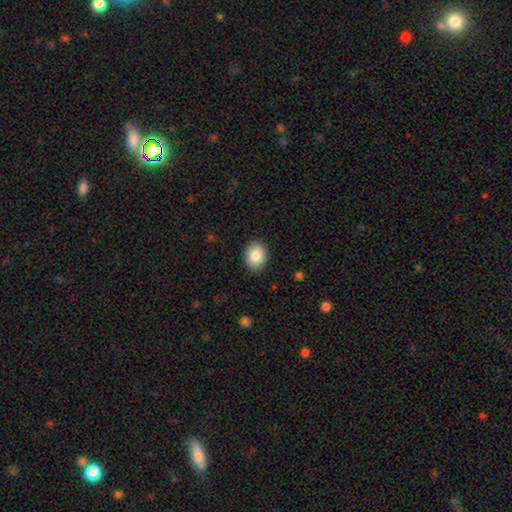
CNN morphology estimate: A smooth galaxy with no disk features (86%) that is in between round and cigar-shaped (56%).

Vote fractions:
- Smooth or featured? smooth: 86% / star or artifact: 7% / featured or disk: 6%
- How rounded? in between: 56% / round: 43% / cigar-shaped: 1%
- Merging? none: 89% / minor disturbance: 8% / major disturbance: 2% / merger: 1%